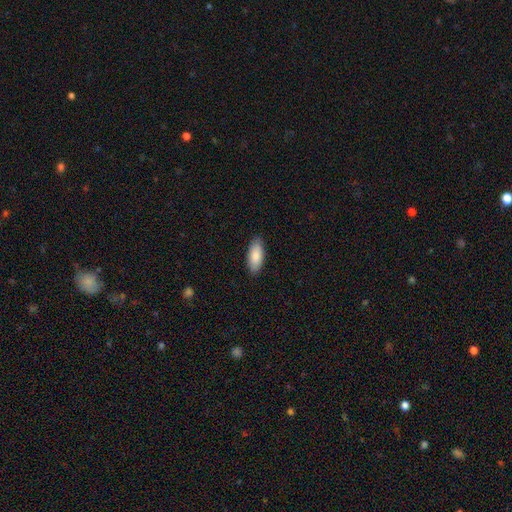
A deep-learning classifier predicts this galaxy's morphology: Q: Smooth or featured?
A: smooth (86%); runner-up: featured or disk (9%)
Q: How rounded?
A: in between (86%); runner-up: cigar-shaped (13%)
Q: Merging?
A: none (88%); runner-up: minor disturbance (9%)